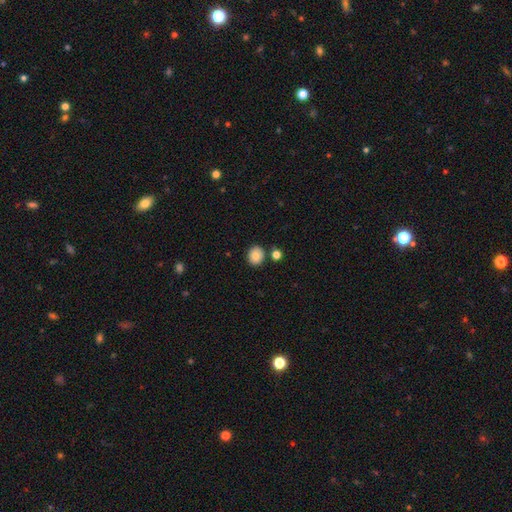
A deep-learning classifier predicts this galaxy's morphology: smooth_or_featured: smooth (p=0.80) [alt: featured or disk p=0.11]
how_rounded: round (p=0.77) [alt: in between p=0.22]
merging: none (p=0.84) [alt: minor disturbance p=0.08]